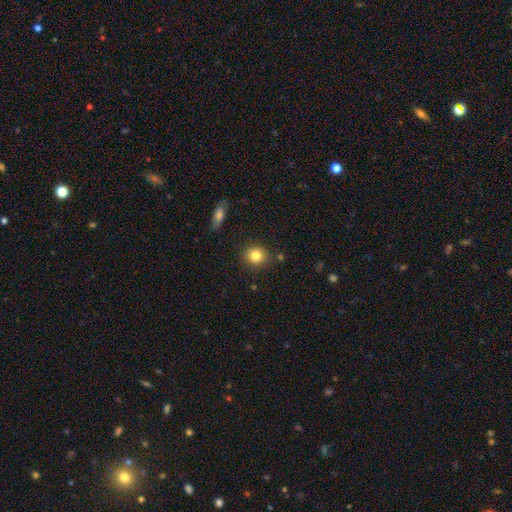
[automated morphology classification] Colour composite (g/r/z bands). It shows a smooth galaxy with no disk features (83%) that is round (86%). Merging: none (87%).